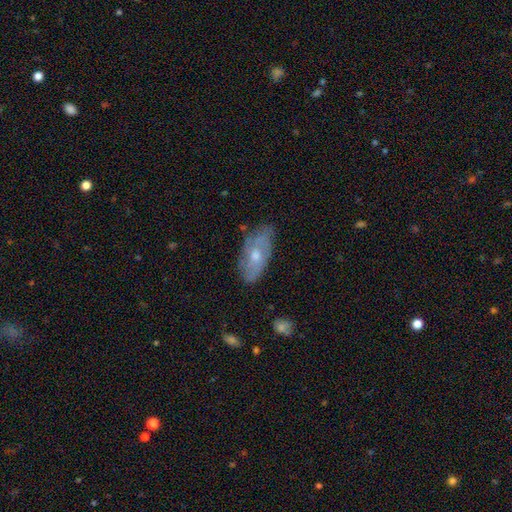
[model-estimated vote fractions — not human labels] Q: Smooth or featured?
A: featured or disk (58%); runner-up: smooth (34%)
Q: Edge-on disk?
A: no (86%); runner-up: yes (14%)
Q: Bar?
A: no (78%); runner-up: weak (19%)
Q: Spiral arms?
A: yes (68%); runner-up: no (32%)
Q: Bulge size?
A: moderate (64%); runner-up: small (31%)
Q: Merging?
A: none (71%); runner-up: minor disturbance (22%)